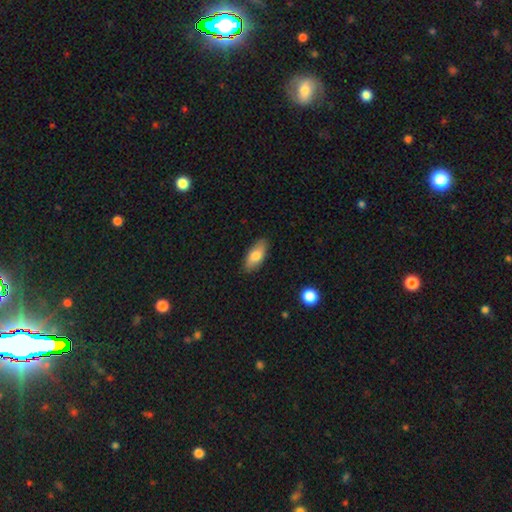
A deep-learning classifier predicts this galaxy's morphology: The model was most divided on "smooth or featured": smooth: 77%, featured or disk: 16%, star or artifact: 6%. More confident: merging — none (87%); how rounded — in between (86%).